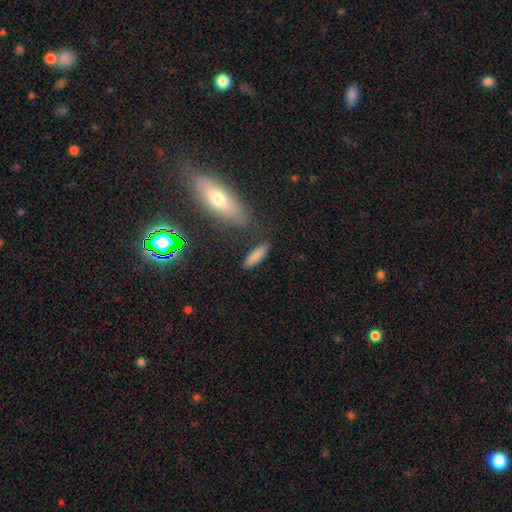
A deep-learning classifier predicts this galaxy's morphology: Smooth or featured?
  - smooth: 84% *
  - featured or disk: 8%
  - star or artifact: 8%
How rounded?
  - cigar-shaped: 59% *
  - in between: 39%
  - round: 2%
Merging?
  - none: 77% *
  - minor disturbance: 14%
  - merger: 5%
  - major disturbance: 4%